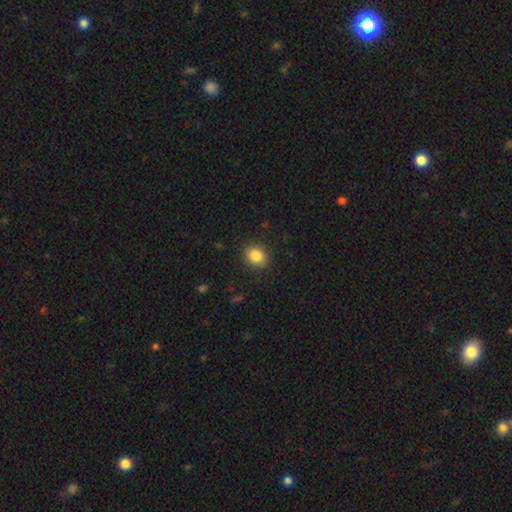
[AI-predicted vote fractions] Smooth or featured? smooth (86%)
How rounded? round (63%)
Merging? none (89%)